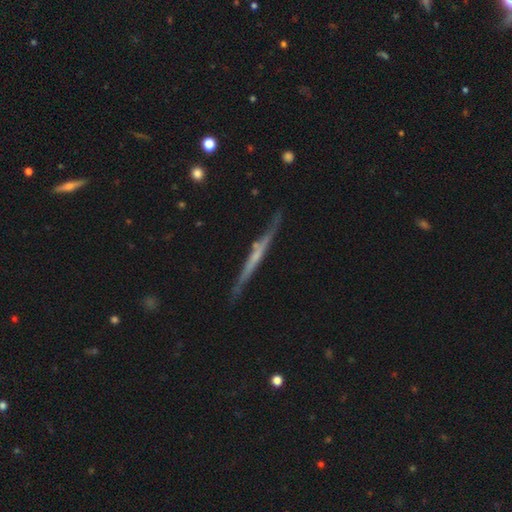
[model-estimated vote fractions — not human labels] A featured or disk galaxy (68%) viewed edge-on (96%) with no central bulge (70%). Merging: none (81%).